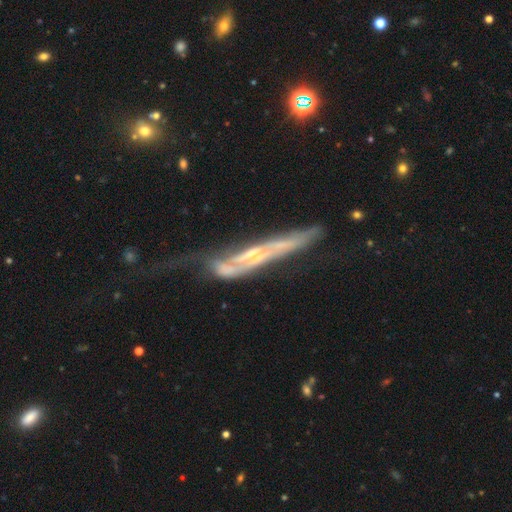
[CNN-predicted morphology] Smooth or featured? Predicted: featured or disk (p=0.74). Edge-on disk? Predicted: yes (p=0.68). Edge-on bulge? Predicted: none (p=0.48). Merging? Predicted: major disturbance (p=0.34).